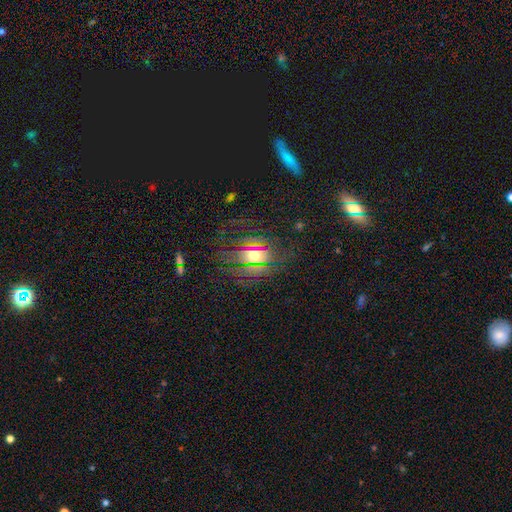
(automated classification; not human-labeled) Smooth or featured? featured or disk (47%)
Merging? none (69%)